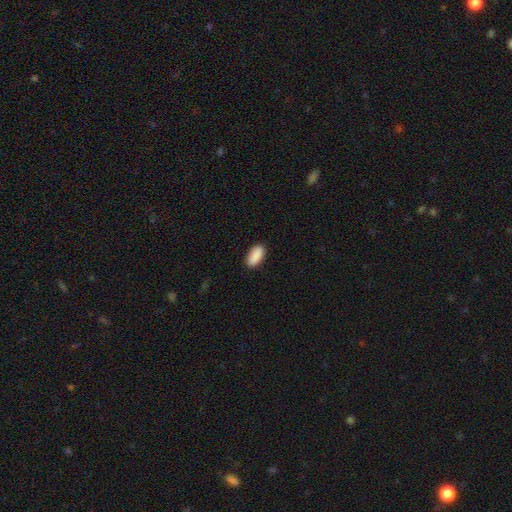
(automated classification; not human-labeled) Smooth or featured: smooth — 91% (star or artifact — 7%)
How rounded: in between — 89% (cigar-shaped — 9%)
Merging: none — 88% (minor disturbance — 9%)